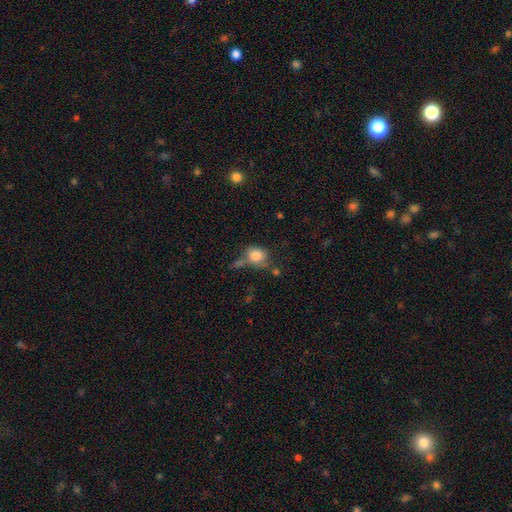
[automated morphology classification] type=smooth (81%); roundness=round (56%); merging=none (47%).